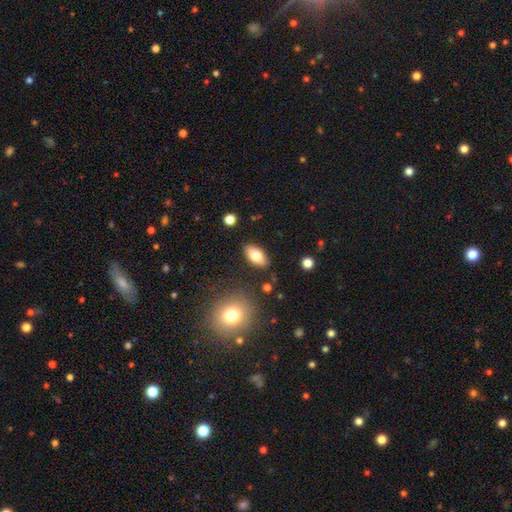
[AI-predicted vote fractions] Smooth or featured? smooth (77%)
How rounded? in between (91%)
Merging? none (86%)